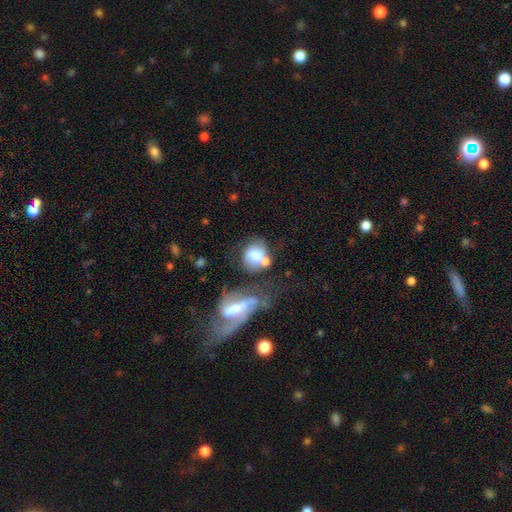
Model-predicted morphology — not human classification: smooth 59%, featured or disk 32%, star or artifact 9%. Down the decision tree: how rounded — round (64%); merging — merger (42%).